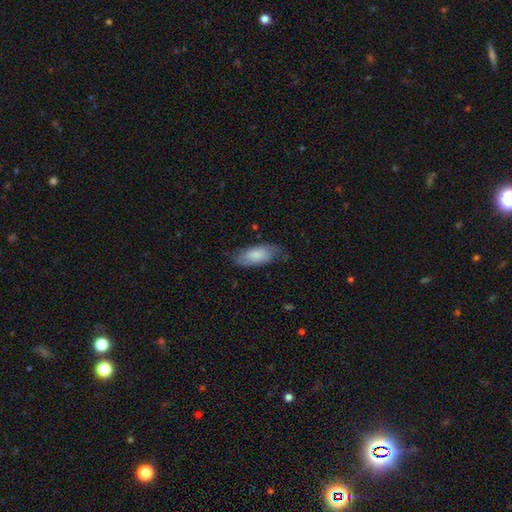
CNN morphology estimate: Smooth or featured? Predicted: smooth (p=0.76). How rounded? Predicted: in between (p=0.85). Merging? Predicted: none (p=0.66).